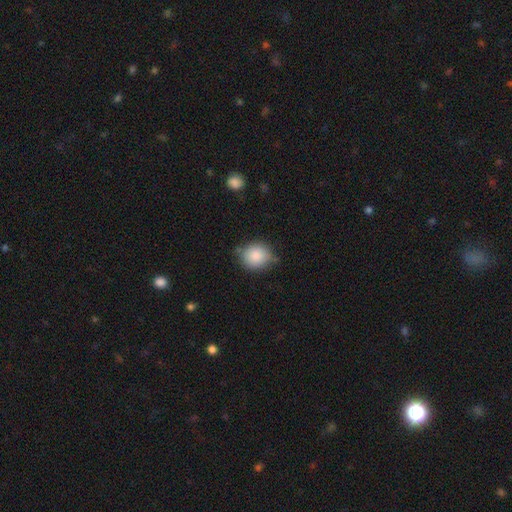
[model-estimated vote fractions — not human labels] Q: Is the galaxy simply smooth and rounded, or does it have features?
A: smooth — 87%.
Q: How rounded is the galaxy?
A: round — 73%.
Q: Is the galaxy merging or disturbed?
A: none — 70%.